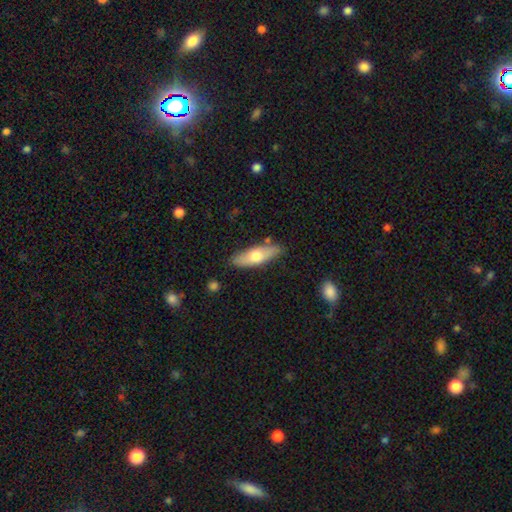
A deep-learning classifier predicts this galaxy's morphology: A smooth galaxy with no disk features (58%) that is in between round and cigar-shaped (53%). Merging: none (83%).